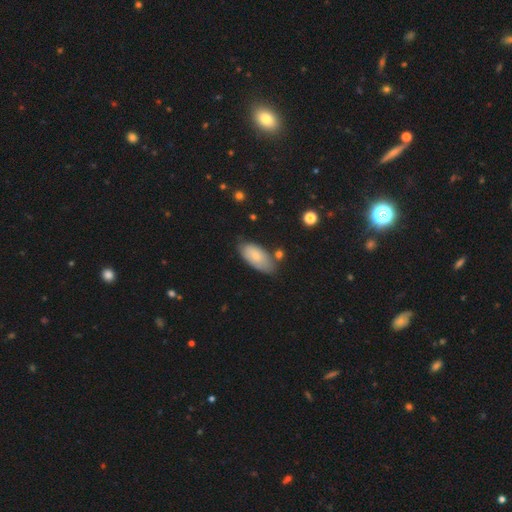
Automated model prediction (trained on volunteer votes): Overall: smooth (76%). How rounded: in between (92%). Merging: none (66%).